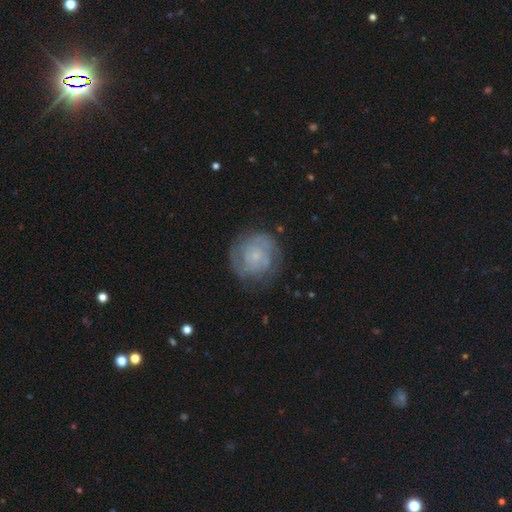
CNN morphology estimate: smooth_or_featured: featured or disk (p=0.66) [alt: smooth p=0.28]
disk_edge_on: no (p=0.98) [alt: yes p=0.02]
bar: no (p=0.79) [alt: weak p=0.18]
has_spiral_arms: yes (p=0.80) [alt: no p=0.20]
spiral_winding: tight (p=0.69) [alt: medium p=0.23]
spiral_arm_count: can't tell (p=0.46) [alt: 2 p=0.30]
bulge_size: small (p=0.73) [alt: moderate p=0.13]
merging: none (p=0.73) [alt: minor disturbance p=0.17]